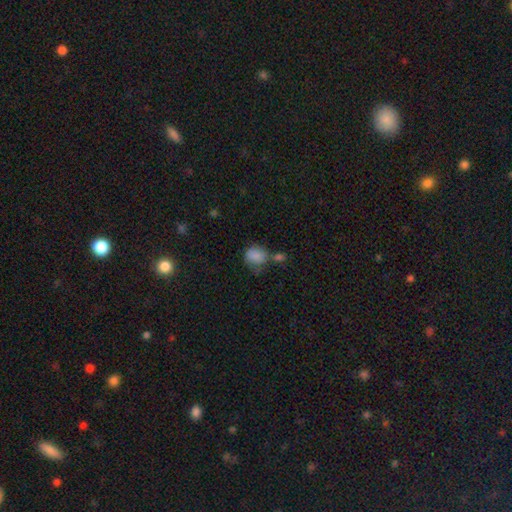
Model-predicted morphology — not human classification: Smooth or featured? smooth (82%)
How rounded? round (55%)
Merging? none (36%)